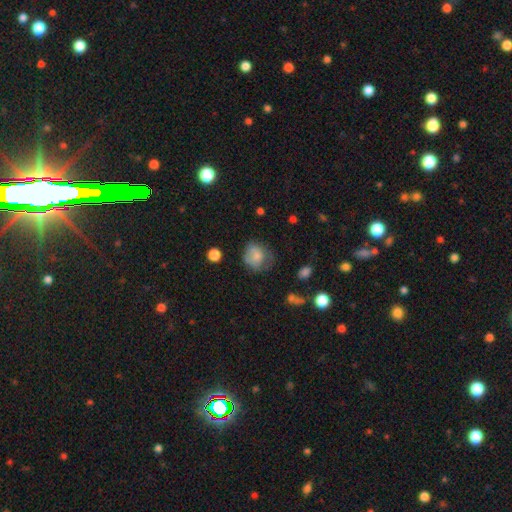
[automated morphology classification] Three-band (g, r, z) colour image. It shows a smooth galaxy with no disk features (72%) that is round (74%). Merging: none (51%).